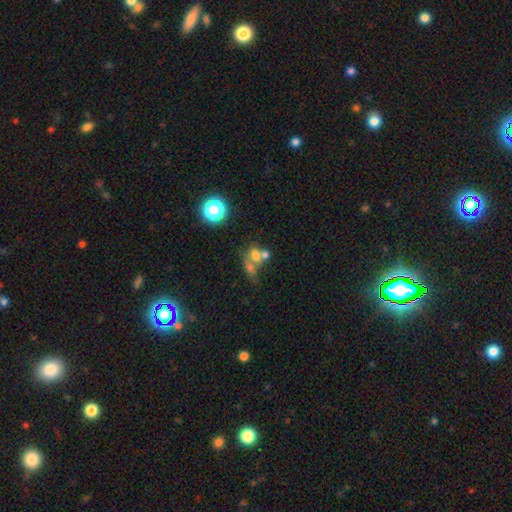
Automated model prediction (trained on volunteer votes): Q: Smooth or featured?
A: smooth (59%); runner-up: featured or disk (23%)
Q: How rounded?
A: round (51%); runner-up: in between (46%)
Q: Merging?
A: merger (55%); runner-up: none (26%)